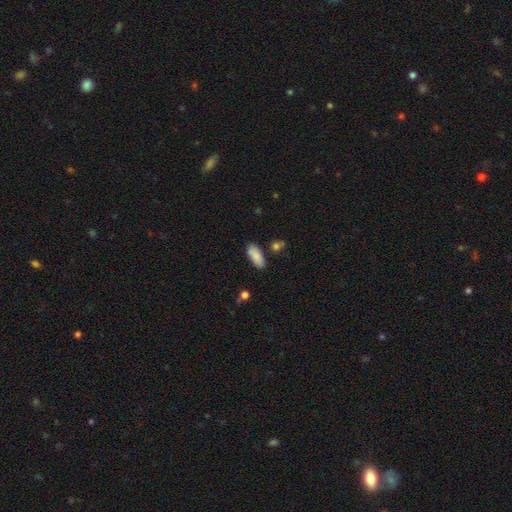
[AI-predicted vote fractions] Q: Smooth or featured?
A: smooth (87%); runner-up: featured or disk (7%)
Q: How rounded?
A: in between (82%); runner-up: cigar-shaped (16%)
Q: Merging?
A: none (80%); runner-up: minor disturbance (13%)